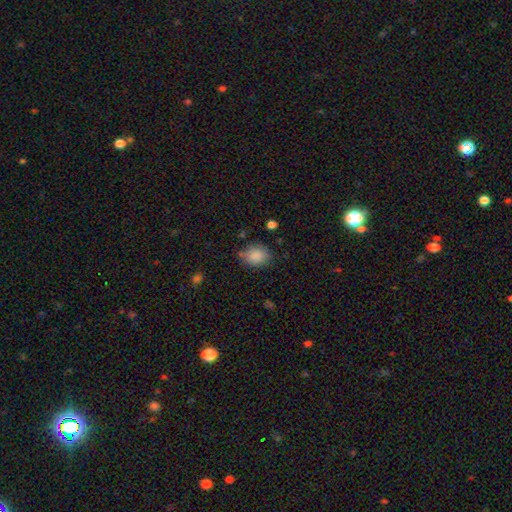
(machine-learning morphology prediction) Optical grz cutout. It shows a smooth galaxy with no disk features (87%) that is in between round and cigar-shaped (54%). Merging: none (75%).